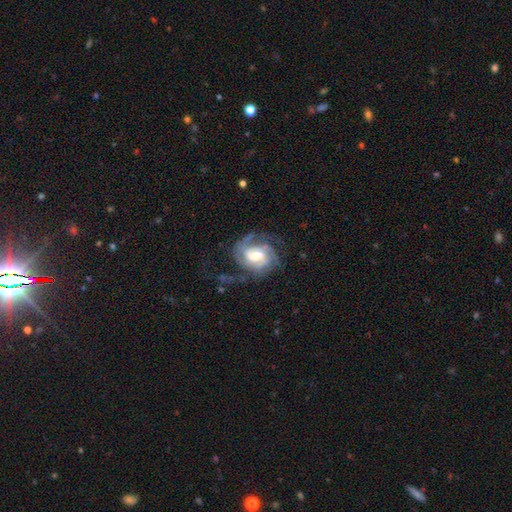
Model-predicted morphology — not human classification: Overall: featured or disk (87%). Edge-on disk: no (98%). Bar: weak (50%; no 27%). Spiral arms: yes (97%). Spiral arm count: 2 (38%; 3 29%). Spiral winding: tight (51%; medium 39%). Bulge size: moderate (62%). Merging: none (62%).